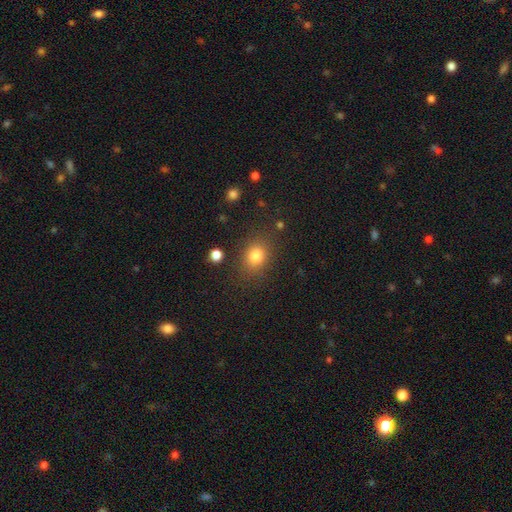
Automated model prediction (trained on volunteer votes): This is clearly a smooth galaxy (81%). How rounded: possibly round (55%). Merging: clearly none (82%).